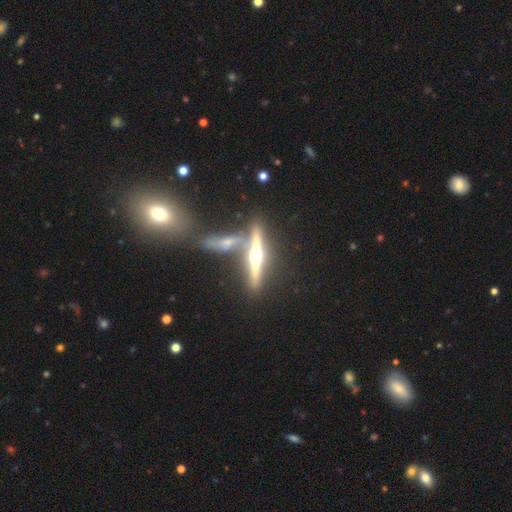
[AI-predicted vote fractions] The model was most divided on "merging": none: 60%, merger: 26%, minor disturbance: 9%, major disturbance: 5%. More confident: edge-on disk — yes (96%); edge-on bulge — rounded (94%); smooth or featured — featured or disk (79%).